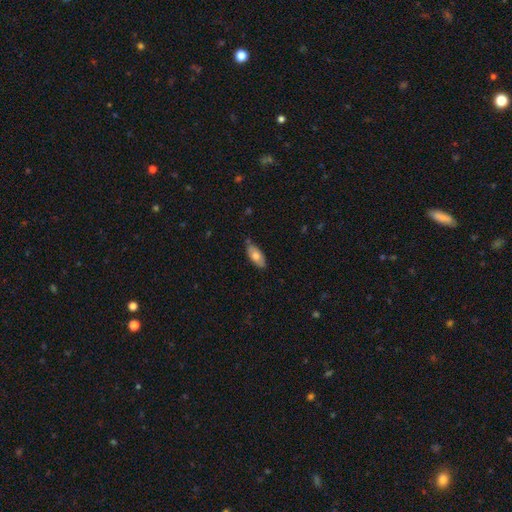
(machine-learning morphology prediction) Overall: smooth (66%; featured or disk 27%). How rounded: in between (86%). Merging: none (76%).